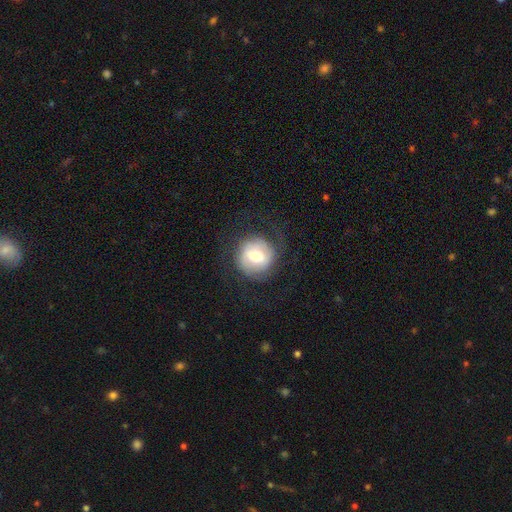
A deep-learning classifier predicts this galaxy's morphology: Smooth or featured? smooth (48%)
Merging? none (70%)